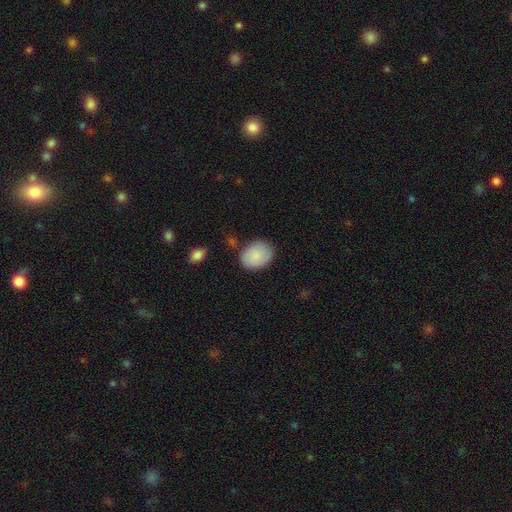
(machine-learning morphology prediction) smooth_or_featured: smooth (p=0.88) [alt: star or artifact p=0.06]
how_rounded: in between (p=0.60) [alt: round p=0.39]
merging: none (p=0.75) [alt: minor disturbance p=0.16]